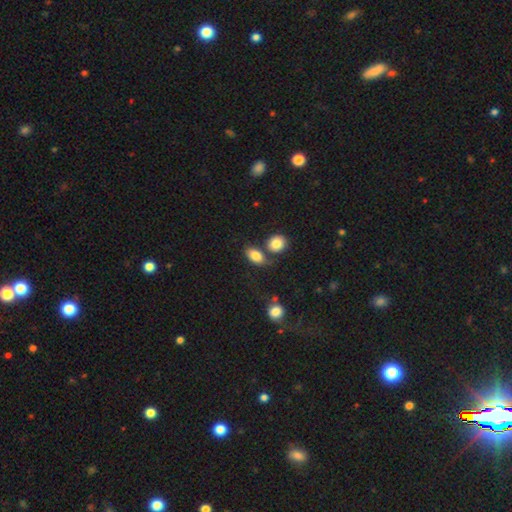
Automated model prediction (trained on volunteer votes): Smooth or featured: smooth — 82% (featured or disk — 10%)
How rounded: in between — 84% (round — 13%)
Merging: none — 59% (merger — 23%)